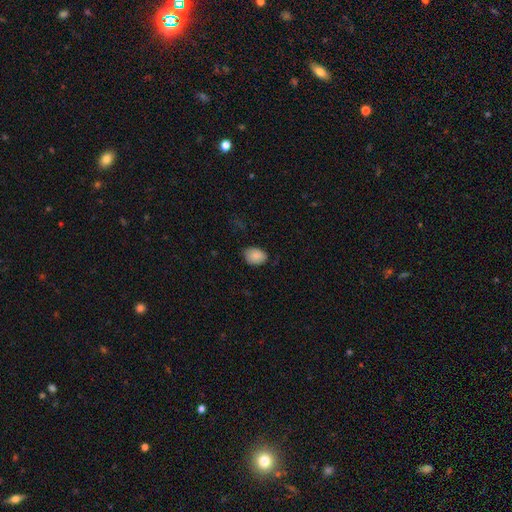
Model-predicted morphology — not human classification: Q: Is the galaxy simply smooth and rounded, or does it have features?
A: smooth — 86%.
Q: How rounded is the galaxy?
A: in between — 74%.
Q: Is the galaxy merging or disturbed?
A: none — 74%.